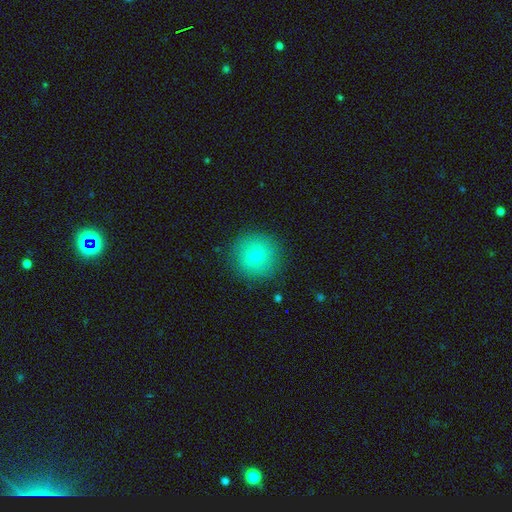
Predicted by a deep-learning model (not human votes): smooth_or_featured: smooth (p=0.74) [alt: featured or disk p=0.16]
how_rounded: round (p=0.94) [alt: in between p=0.05]
merging: none (p=0.88) [alt: minor disturbance p=0.08]